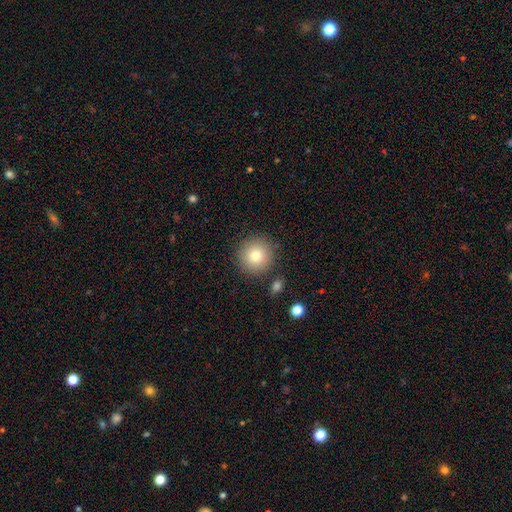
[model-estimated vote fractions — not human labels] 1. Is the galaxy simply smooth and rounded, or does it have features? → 80% smooth, 10% featured or disk, 10% star or artifact.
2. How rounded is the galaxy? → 94% round, 5% in between, 1% cigar-shaped.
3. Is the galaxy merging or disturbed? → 86% none, 8% minor disturbance, 4% merger, 3% major disturbance.